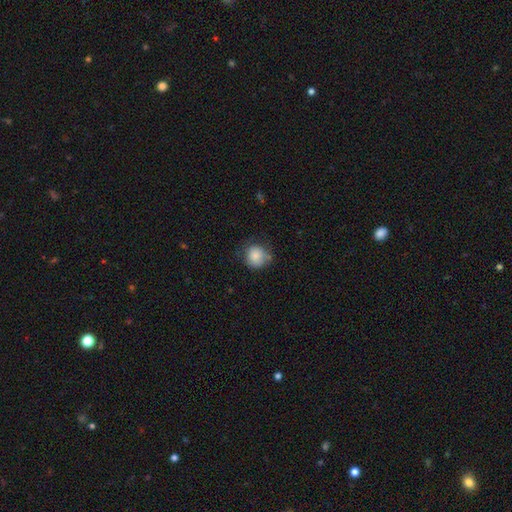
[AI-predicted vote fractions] smooth 85%, star or artifact 8%, featured or disk 7%. Down the decision tree: how rounded — round (86%); merging — none (63%).